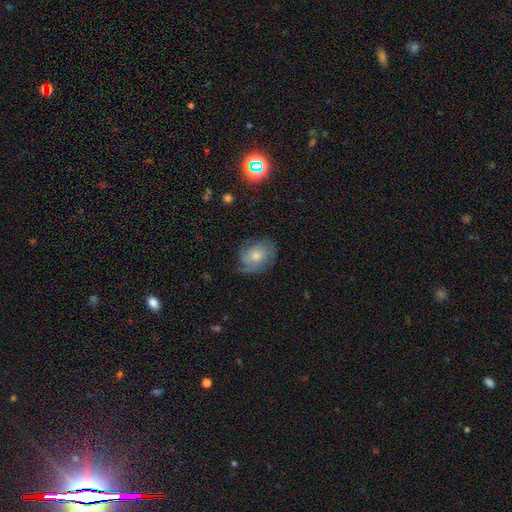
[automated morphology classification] A featured or disk galaxy (50%).

Vote fractions:
- Smooth or featured? featured or disk: 50% / smooth: 42% / star or artifact: 8%
- Edge-on disk? no: 96% / yes: 4%
- Merging? none: 60% / minor disturbance: 26% / major disturbance: 12% / merger: 1%